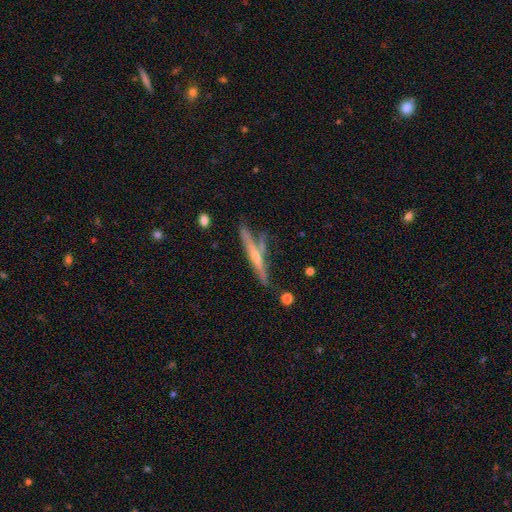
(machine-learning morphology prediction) Smooth or featured?
  - featured or disk: 57% *
  - smooth: 36%
  - star or artifact: 7%
Edge-on disk?
  - yes: 94% *
  - no: 6%
Edge-on bulge?
  - rounded: 46% *
  - none: 45%
  - boxy: 9%
Merging?
  - none: 67% *
  - minor disturbance: 17%
  - merger: 11%
  - major disturbance: 5%